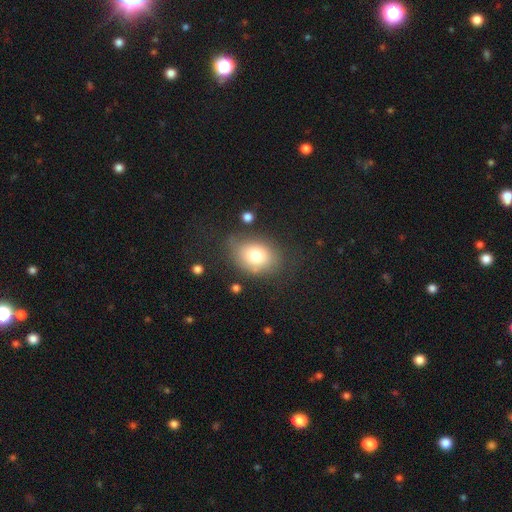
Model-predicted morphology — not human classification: The model was most divided on "how rounded": in between: 66%, round: 33%, cigar-shaped: 1%. More confident: smooth or featured — smooth (75%); merging — none (66%).